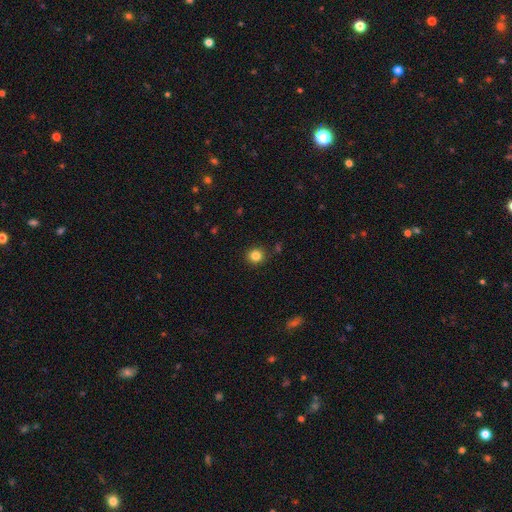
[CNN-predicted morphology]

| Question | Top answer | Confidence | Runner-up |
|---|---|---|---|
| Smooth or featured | smooth | 84% | star or artifact (12%) |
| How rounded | round | 92% | in between (7%) |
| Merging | none | 89% | minor disturbance (7%) |